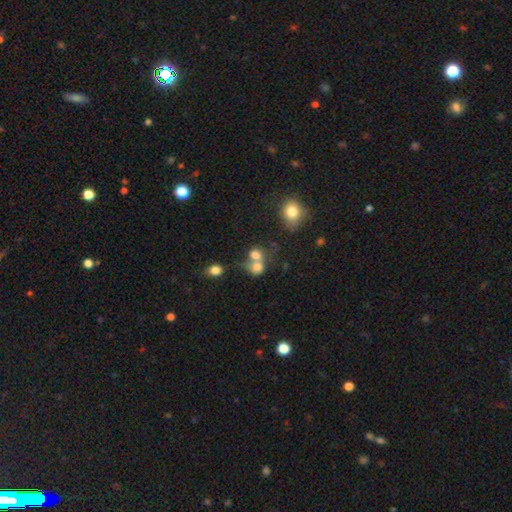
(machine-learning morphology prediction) Q: Smooth or featured?
A: smooth (73%); runner-up: featured or disk (14%)
Q: How rounded?
A: round (65%); runner-up: in between (34%)
Q: Merging?
A: merger (60%); runner-up: none (27%)